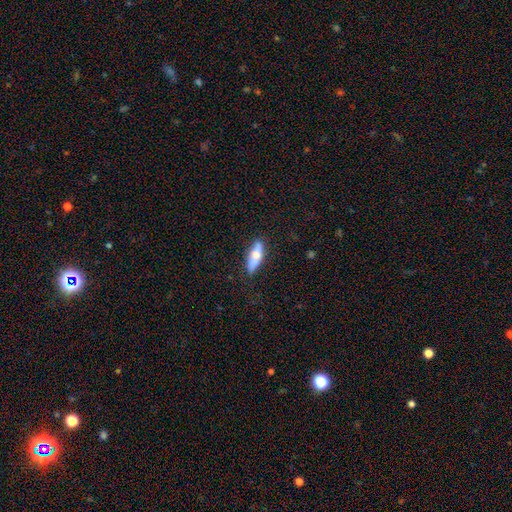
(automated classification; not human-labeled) This appears to be a smooth galaxy with no disk features (62%) that is in between round and cigar-shaped (55%). Merging: none (81%).